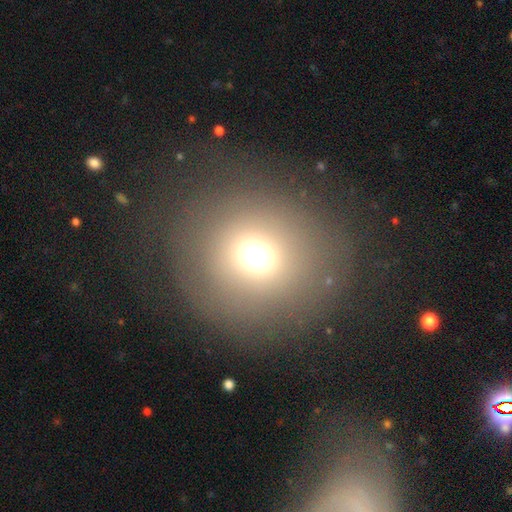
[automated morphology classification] Overall: smooth (66%). How rounded: round (86%). Merging: none (82%).